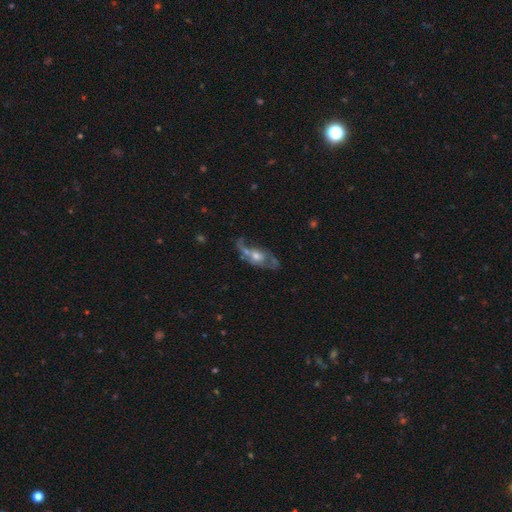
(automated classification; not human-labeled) smooth_or_featured: featured or disk (p=0.69) [alt: smooth p=0.22]
disk_edge_on: no (p=0.89) [alt: yes p=0.11]
bar: no (p=0.72) [alt: weak p=0.22]
has_spiral_arms: yes (p=0.70) [alt: no p=0.30]
bulge_size: moderate (p=0.60) [alt: small p=0.25]
merging: none (p=0.42) [alt: major disturbance p=0.24]